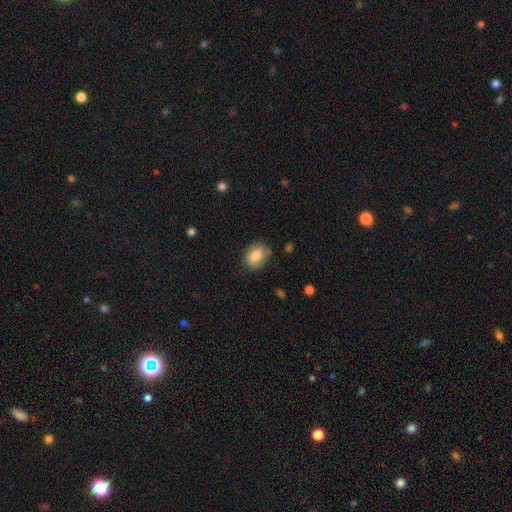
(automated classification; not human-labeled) smooth-or-featured: smooth: 80% | featured or disk: 12% | star or artifact: 8%
  how-rounded: in between: 61% | round: 38% | cigar-shaped: 1%
  merging: none: 75% | minor disturbance: 20% | major disturbance: 4% | merger: 2%